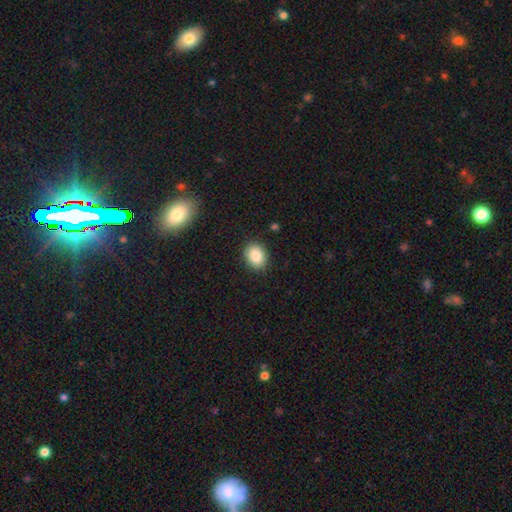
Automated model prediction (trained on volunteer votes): smooth_or_featured: smooth (p=0.86) [alt: star or artifact p=0.09]
how_rounded: in between (p=0.53) [alt: round p=0.46]
merging: none (p=0.88) [alt: minor disturbance p=0.09]